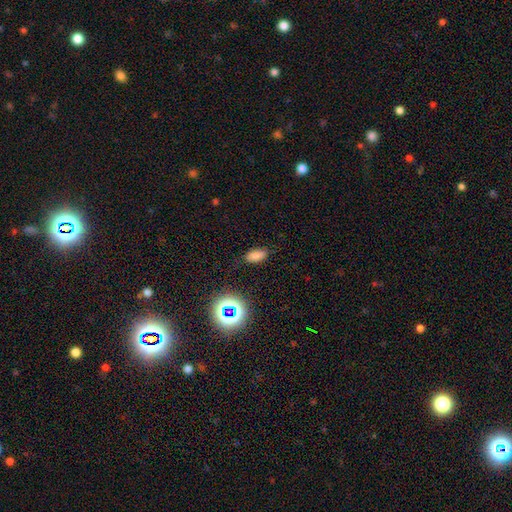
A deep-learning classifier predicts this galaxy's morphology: Smooth or featured? smooth (75%)
How rounded? in between (87%)
Merging? none (82%)